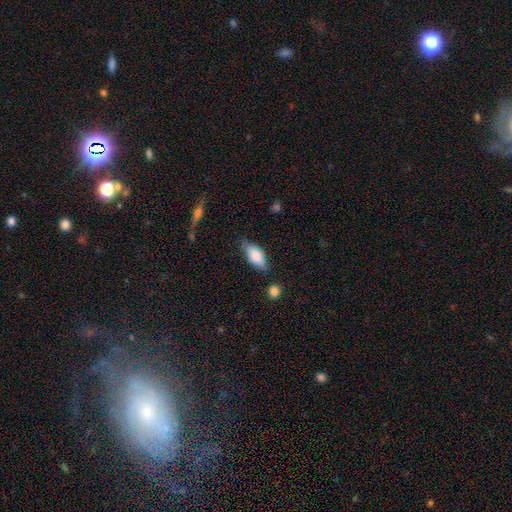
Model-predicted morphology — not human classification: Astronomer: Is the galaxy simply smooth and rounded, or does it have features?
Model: smooth — 77%.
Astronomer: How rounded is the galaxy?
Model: in between — 83%.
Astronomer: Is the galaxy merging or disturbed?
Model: none — 72%.